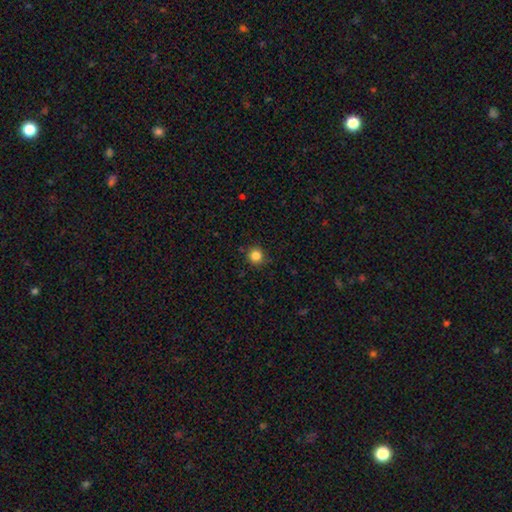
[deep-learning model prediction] A smooth galaxy with no disk features (85%) that is round (94%). Merging: none (87%).